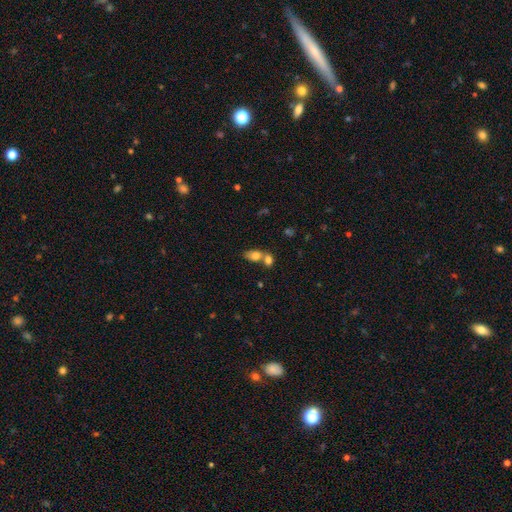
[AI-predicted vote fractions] This is likely a smooth galaxy (79%). How rounded: clearly in between (82%). Merging: possibly merger (55%).